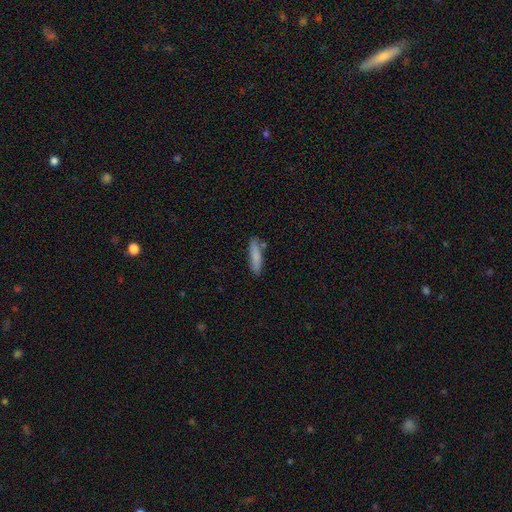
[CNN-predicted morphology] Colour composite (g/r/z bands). It shows a smooth galaxy with no disk features (82%) that is cigar-shaped (75%). Merging: none (79%).